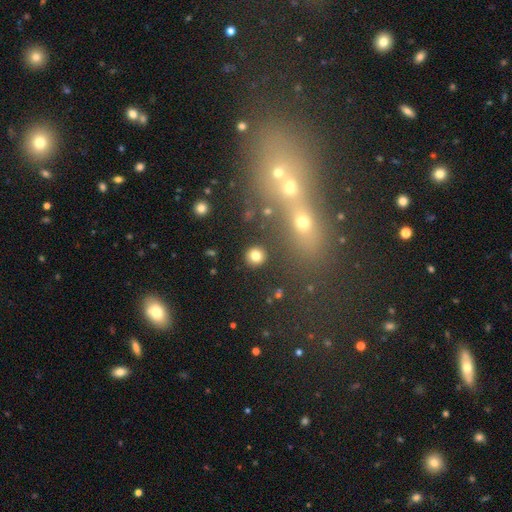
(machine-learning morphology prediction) Smooth or featured?
  - smooth: 80% *
  - star or artifact: 13%
  - featured or disk: 7%
How rounded?
  - round: 89% *
  - in between: 10%
  - cigar-shaped: 1%
Merging?
  - none: 88% *
  - minor disturbance: 6%
  - merger: 3%
  - major disturbance: 3%